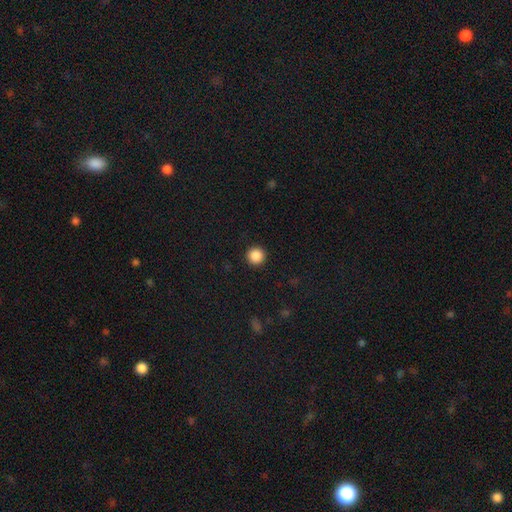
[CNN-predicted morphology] Smooth or featured? Predicted: smooth (p=0.88). How rounded? Predicted: round (p=0.96). Merging? Predicted: none (p=0.94).